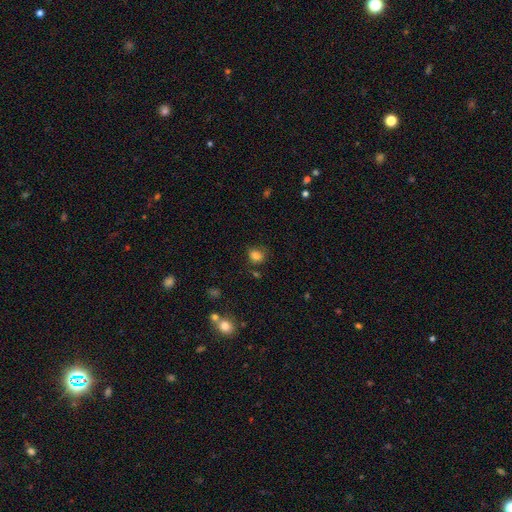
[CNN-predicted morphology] smooth 82%, star or artifact 13%, featured or disk 6%. Down the decision tree: how rounded — round (55%); merging — none (72%).